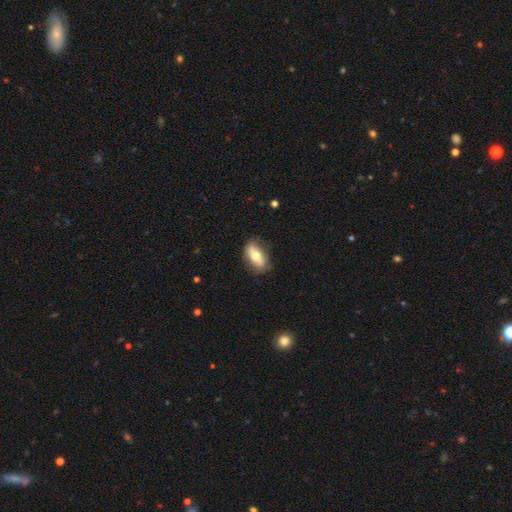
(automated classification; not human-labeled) This appears to be a smooth galaxy with no disk features (57%) that is in between round and cigar-shaped (82%). Merging: none (78%).